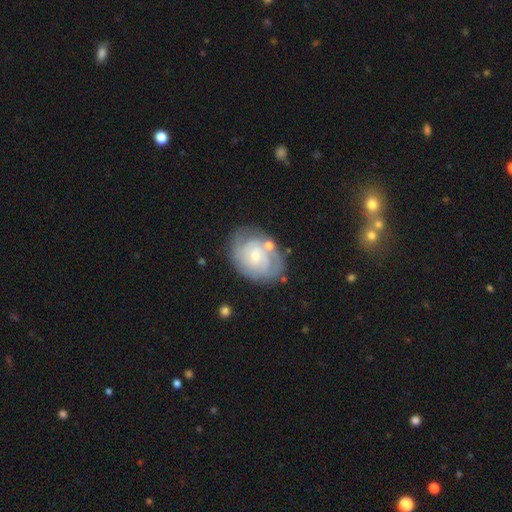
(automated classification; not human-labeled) Smooth or featured? featured or disk (76%)
Edge-on disk? no (97%)
Bar? no (63%)
Spiral arms? yes (89%)
Spiral winding? tight (65%)
Spiral arm count? can't tell (37%)
Bulge size? small (64%)
Merging? none (67%)